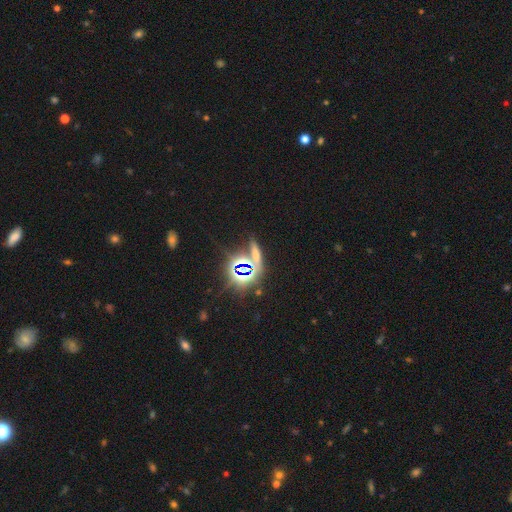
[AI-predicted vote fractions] Overall: star or artifact (57%; smooth 28%).